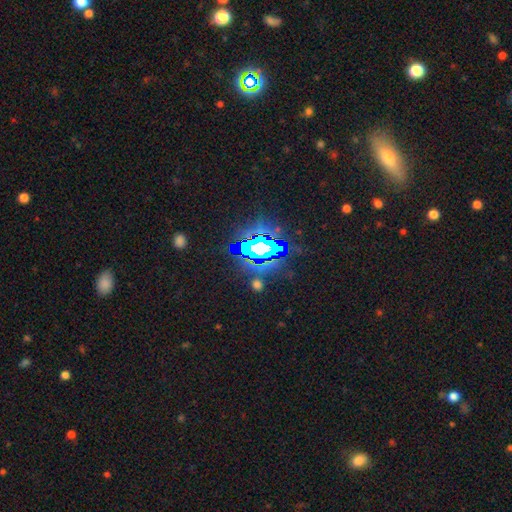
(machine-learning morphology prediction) A star or artifact, not a galaxy (70%).